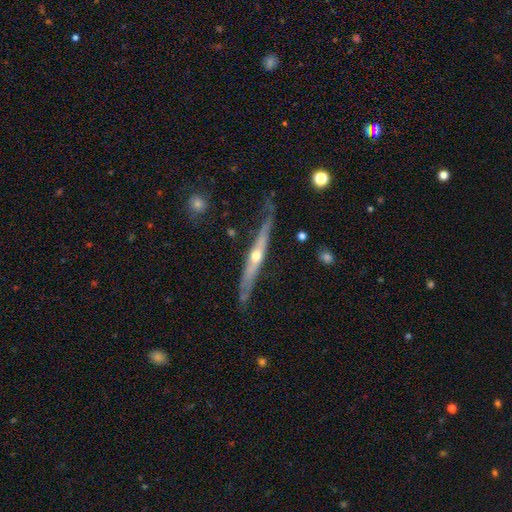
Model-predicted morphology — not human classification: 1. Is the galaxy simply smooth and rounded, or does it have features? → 73% featured or disk, 22% smooth, 5% star or artifact.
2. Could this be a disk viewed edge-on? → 91% yes, 9% no.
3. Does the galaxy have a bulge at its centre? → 83% rounded, 14% none, 3% boxy.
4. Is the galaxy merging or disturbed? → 68% none, 22% minor disturbance, 7% major disturbance, 3% merger.